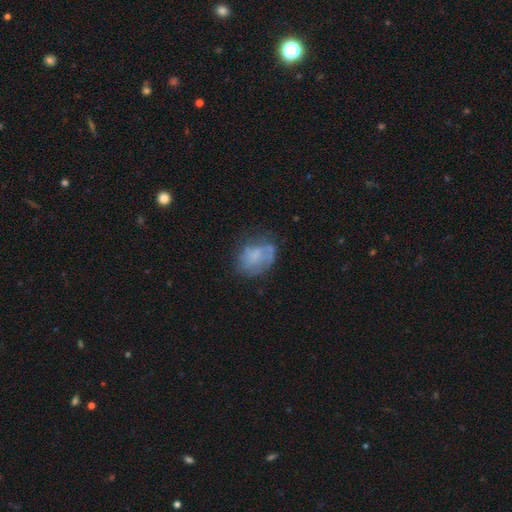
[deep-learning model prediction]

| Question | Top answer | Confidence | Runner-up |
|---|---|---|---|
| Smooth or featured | smooth | 48% | featured or disk (41%) |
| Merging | none | 50% | minor disturbance (27%) |